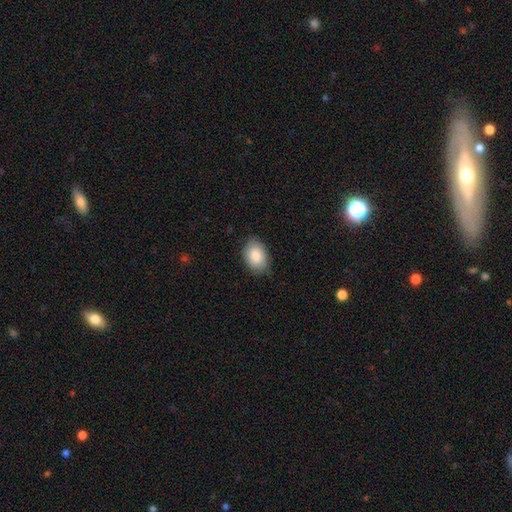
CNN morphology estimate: type=smooth (86%); roundness=in between (85%); merging=none (81%).